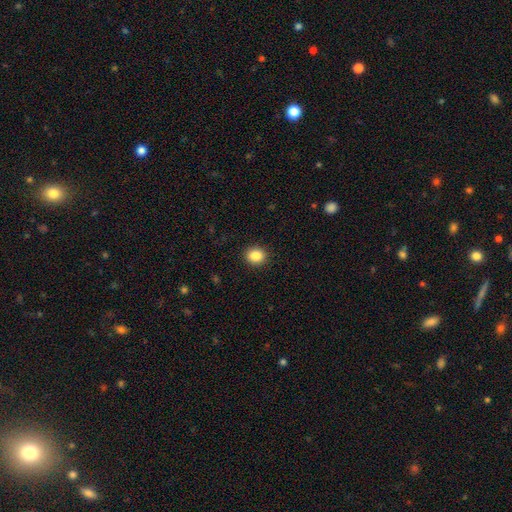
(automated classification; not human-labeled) The model was most divided on "how rounded": round: 74%, in between: 25%, cigar-shaped: 1%. More confident: merging — none (91%); smooth or featured — smooth (87%).